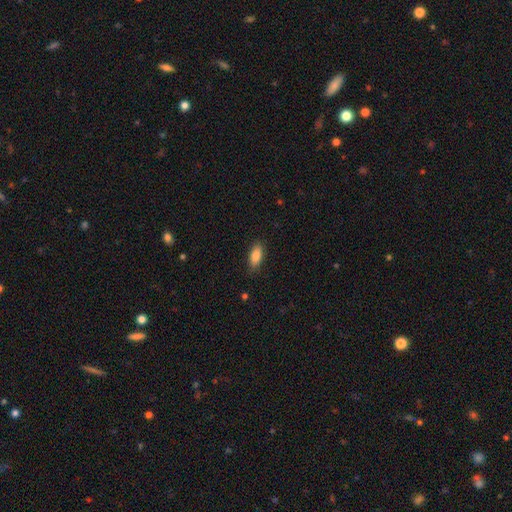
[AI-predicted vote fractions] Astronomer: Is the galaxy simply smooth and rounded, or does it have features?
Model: smooth — 86%.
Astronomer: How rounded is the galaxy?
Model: in between — 83%.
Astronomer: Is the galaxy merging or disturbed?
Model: none — 85%.